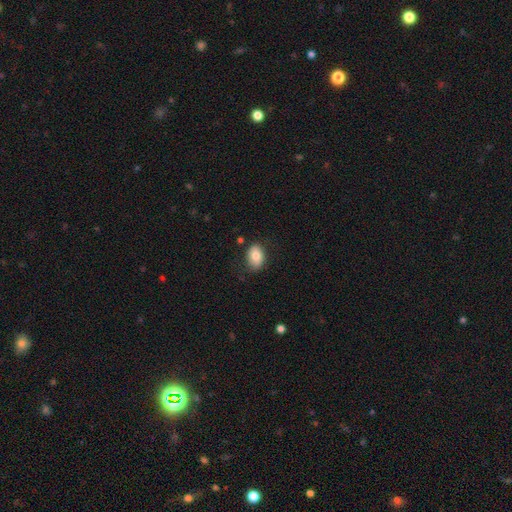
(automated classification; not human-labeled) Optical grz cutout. It shows a smooth galaxy with no disk features (78%) that is in between round and cigar-shaped (81%). Merging: none (76%).